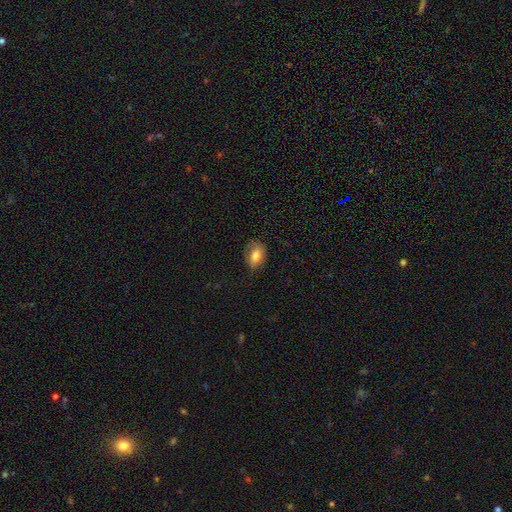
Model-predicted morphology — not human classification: type=smooth (76%); roundness=in between (81%); merging=none (67%).